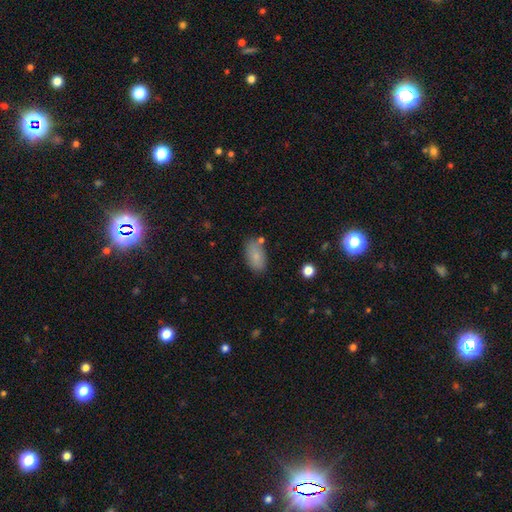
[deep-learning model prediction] Morphology: type=smooth (82%); roundness=in between (92%); merging=none (76%).